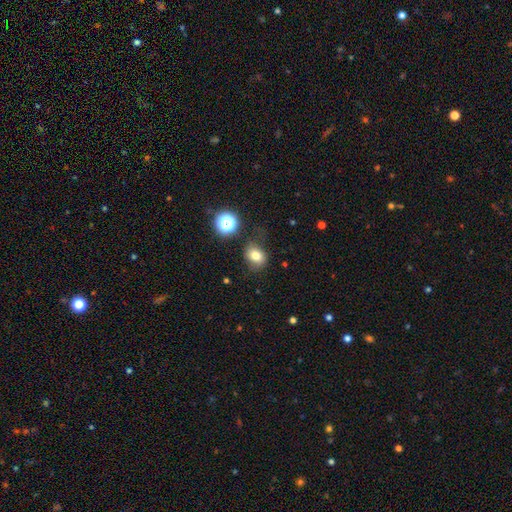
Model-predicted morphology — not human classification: This appears to be a smooth galaxy with no disk features (76%) that is in between round and cigar-shaped (53%). Merging: none (69%).